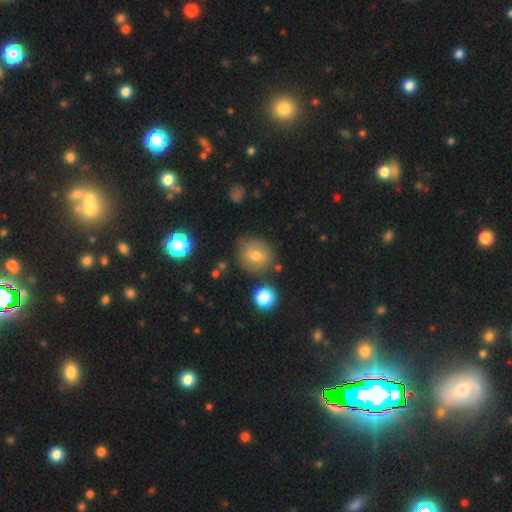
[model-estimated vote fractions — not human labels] A smooth galaxy with no disk features (68%) that is round (81%).

Vote fractions:
- Smooth or featured? smooth: 68% / featured or disk: 20% / star or artifact: 12%
- How rounded? round: 81% / in between: 18% / cigar-shaped: 1%
- Merging? none: 72% / minor disturbance: 17% / merger: 6% / major disturbance: 6%